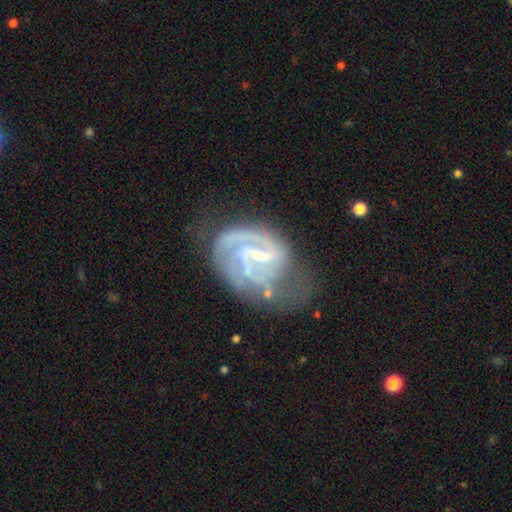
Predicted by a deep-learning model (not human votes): Smooth or featured?
  - featured or disk: 86% *
  - smooth: 7%
  - star or artifact: 6%
Edge-on disk?
  - no: 98% *
  - yes: 2%
Bar?
  - weak: 52% *
  - strong: 31%
  - no: 16%
Spiral arms?
  - yes: 94% *
  - no: 6%
Spiral winding?
  - tight: 46% *
  - medium: 43%
  - loose: 11%
Spiral arm count?
  - 2: 46% *
  - 3: 21%
  - can't tell: 19%
  - 1: 6%
  - 4: 4%
  - more than 4: 3%
Bulge size?
  - small: 55% *
  - moderate: 23%
  - none: 19%
  - large: 2%
  - dominant: 1%
Merging?
  - none: 46% *
  - minor disturbance: 25%
  - major disturbance: 25%
  - merger: 4%